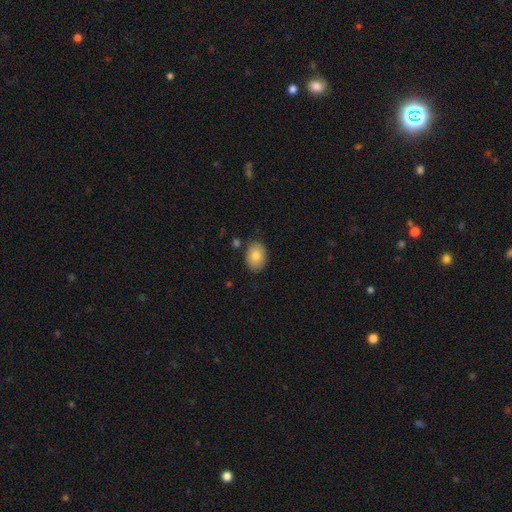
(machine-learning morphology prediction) smooth-or-featured: smooth: 80% | featured or disk: 12% | star or artifact: 7%
  how-rounded: in between: 77% | round: 22% | cigar-shaped: 1%
  merging: none: 84% | minor disturbance: 11% | merger: 3% | major disturbance: 2%